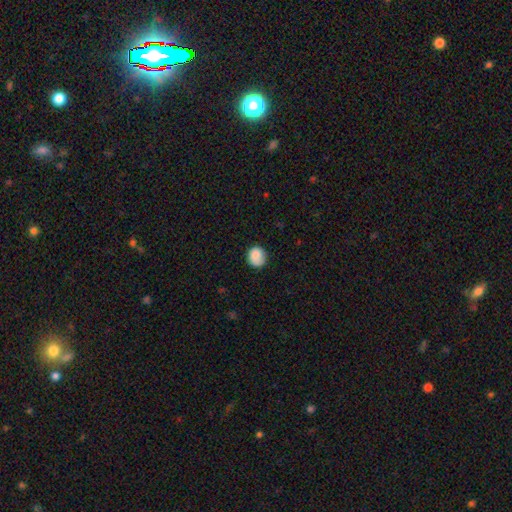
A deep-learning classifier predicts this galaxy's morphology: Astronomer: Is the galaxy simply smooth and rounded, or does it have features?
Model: smooth — 85%.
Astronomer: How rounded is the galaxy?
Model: round — 77%.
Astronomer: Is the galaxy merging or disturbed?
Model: none — 73%.